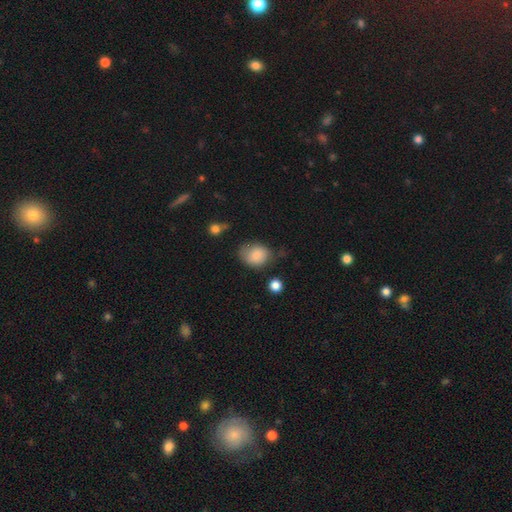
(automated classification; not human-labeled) Overall: smooth (78%). How rounded: in between (50%; round 49%). Merging: none (55%; minor disturbance 32%).